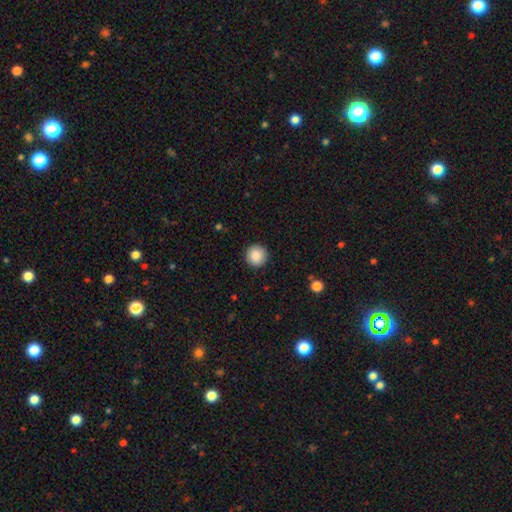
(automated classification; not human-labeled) Smooth or featured?
  - smooth: 88% *
  - star or artifact: 8%
  - featured or disk: 5%
How rounded?
  - round: 95% *
  - in between: 4%
  - cigar-shaped: 1%
Merging?
  - none: 92% *
  - minor disturbance: 6%
  - major disturbance: 2%
  - merger: 1%